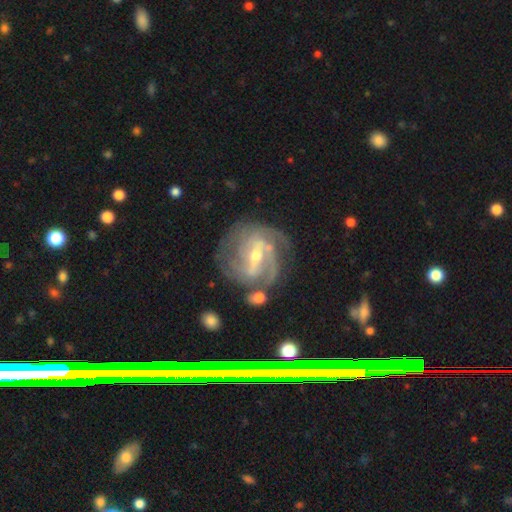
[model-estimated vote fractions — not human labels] The model was most divided on "spiral arm count": 3: 32%, 2: 31%, can't tell: 16%, 4: 12%, 1: 5%, more than 4: 5%. Remaining: edge-on disk — no (97%); spiral arms — yes (96%); smooth or featured — featured or disk (89%); merging — none (69%); bar — strong (52%); bulge size — small (51%); spiral winding — tight (47%).